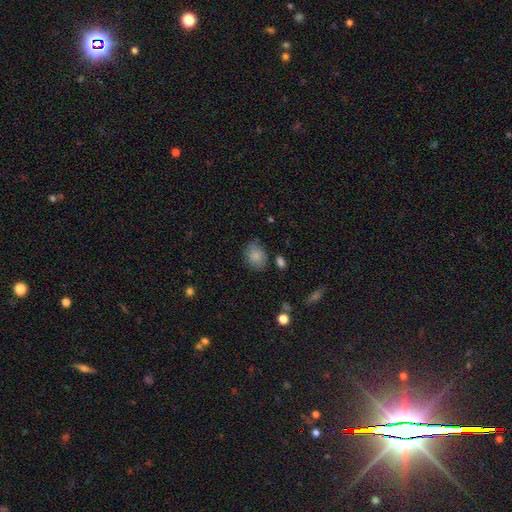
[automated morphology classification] type=smooth (85%); roundness=in between (64%); merging=none (75%).